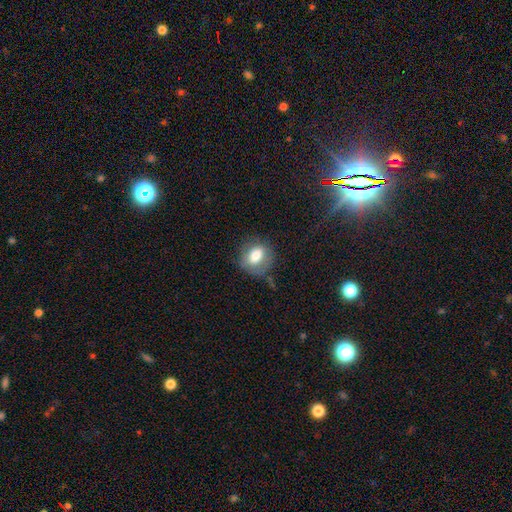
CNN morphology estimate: A smooth galaxy with no disk features (74%) that is round (52%). Merging: none (64%).